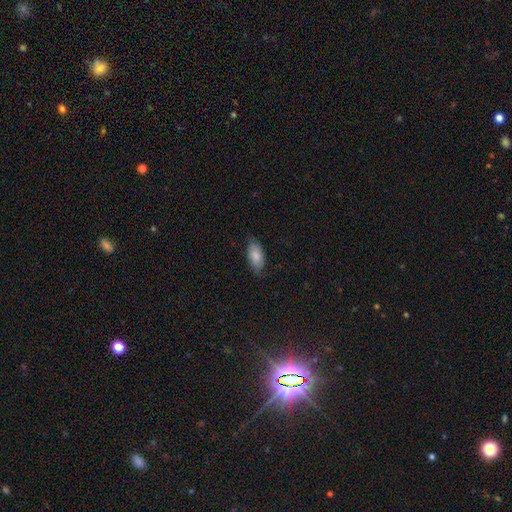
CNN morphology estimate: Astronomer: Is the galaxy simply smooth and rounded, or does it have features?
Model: smooth — 79%.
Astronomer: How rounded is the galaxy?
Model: in between — 92%.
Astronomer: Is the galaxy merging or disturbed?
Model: none — 74%.